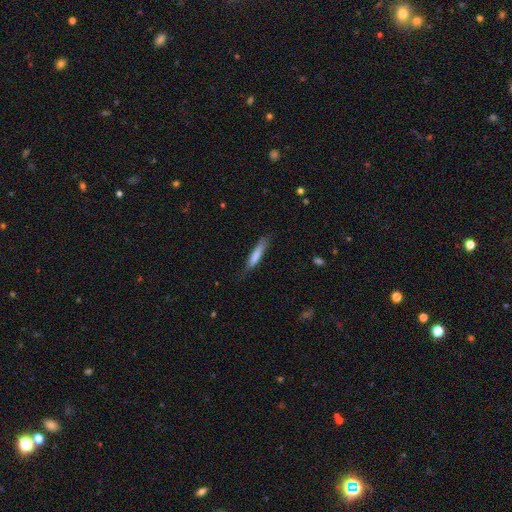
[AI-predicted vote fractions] Smooth or featured?
  - smooth: 75% *
  - featured or disk: 19%
  - star or artifact: 6%
How rounded?
  - cigar-shaped: 89% *
  - in between: 10%
  - round: 1%
Merging?
  - none: 71% *
  - minor disturbance: 22%
  - major disturbance: 5%
  - merger: 2%